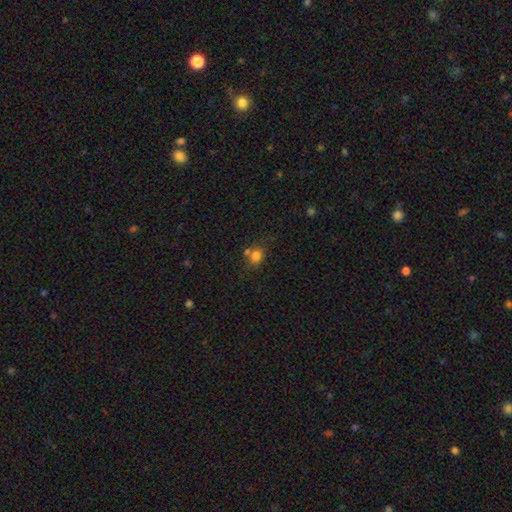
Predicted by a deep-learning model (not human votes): A smooth galaxy with no disk features (78%) that is round (58%).

Vote fractions:
- Smooth or featured? smooth: 78% / star or artifact: 13% / featured or disk: 9%
- How rounded? round: 58% / in between: 41% / cigar-shaped: 1%
- Merging? none: 55% / merger: 25% / minor disturbance: 15% / major disturbance: 5%